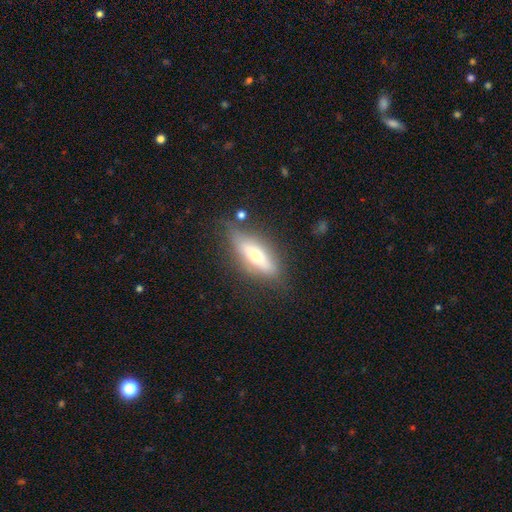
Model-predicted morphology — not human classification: smooth 46% (tied), featured or disk 46% (tied), star or artifact 8%. Down the decision tree: merging — none (69%).